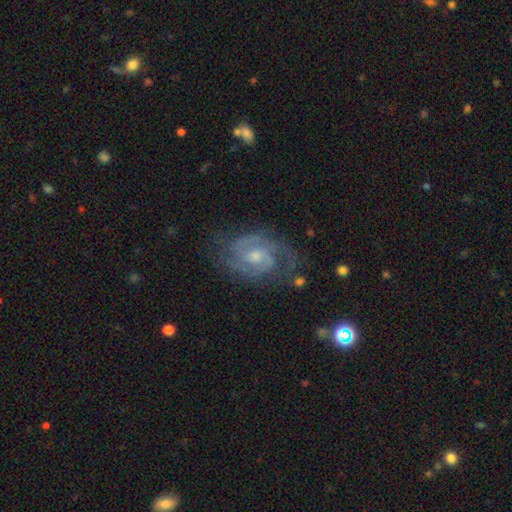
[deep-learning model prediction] featured or disk 90%, smooth 5%, star or artifact 5%. Down the decision tree: edge-on disk — no (98%); bar — no (52%); spiral arms — yes (98%); spiral arm count — 2 (71%); spiral winding — tight (49%); bulge size — small (49%); merging — none (72%).